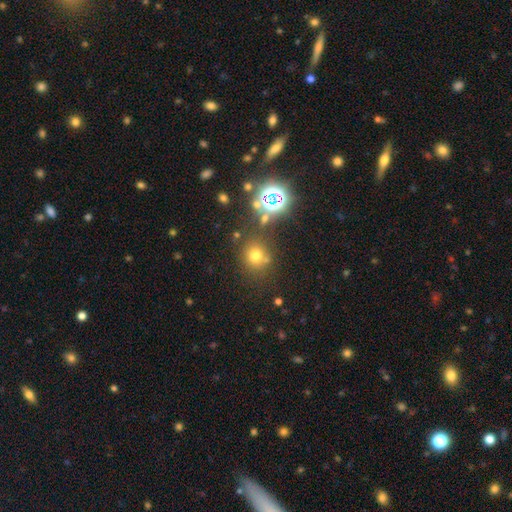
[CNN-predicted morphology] A smooth galaxy with no disk features (66%) that is round (88%). Merging: none (73%).